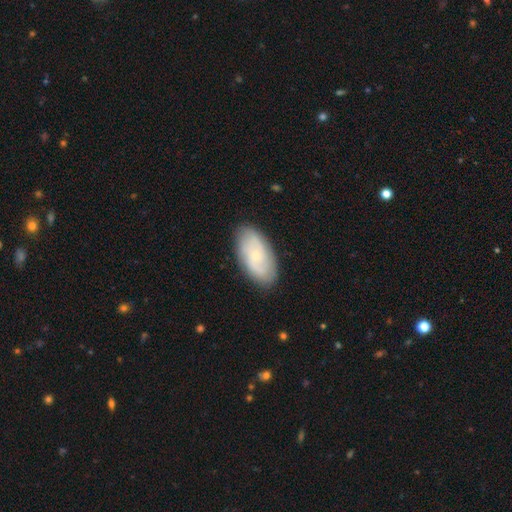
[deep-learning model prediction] Q: Smooth or featured?
A: featured or disk (51%); runner-up: smooth (42%)
Q: Edge-on disk?
A: no (93%); runner-up: yes (7%)
Q: Merging?
A: none (84%); runner-up: minor disturbance (13%)